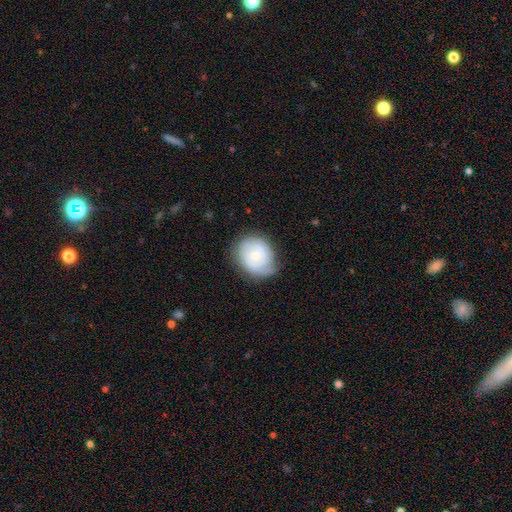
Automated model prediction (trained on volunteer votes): This is likely a featured or disk galaxy (60%). It is clearly not viewed edge-on (98%). Bar: likely no (74%). Spiral arm pattern: clearly yes (85%). Central bulge: likely small (62%). Merging: likely none (69%).